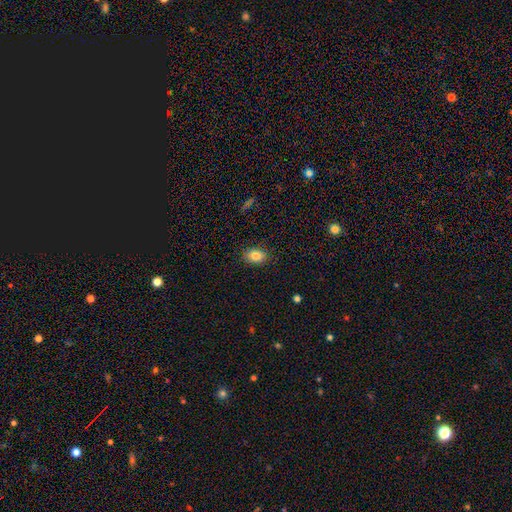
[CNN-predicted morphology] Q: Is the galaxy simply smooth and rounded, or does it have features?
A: smooth — 83%.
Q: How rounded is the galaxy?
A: in between — 79%.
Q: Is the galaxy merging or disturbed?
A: none — 86%.